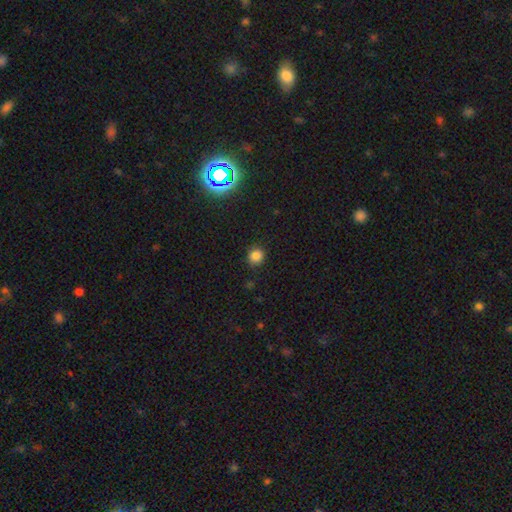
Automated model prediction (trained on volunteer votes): Overall: smooth (82%). How rounded: round (88%). Merging: none (85%).